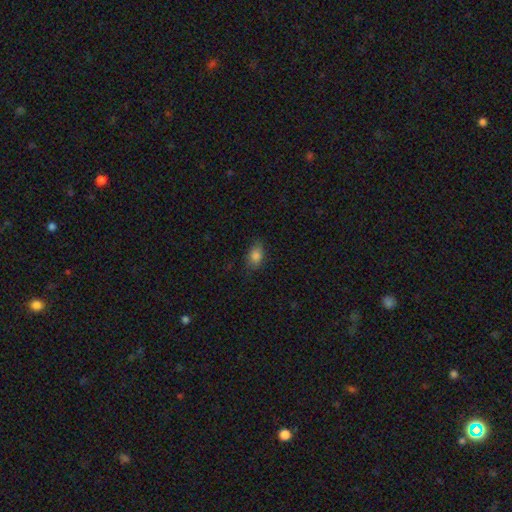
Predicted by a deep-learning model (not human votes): The model was most divided on "merging": none: 77%, minor disturbance: 18%, major disturbance: 4%, merger: 1%. More confident: smooth or featured — smooth (83%); how rounded — in between (81%).